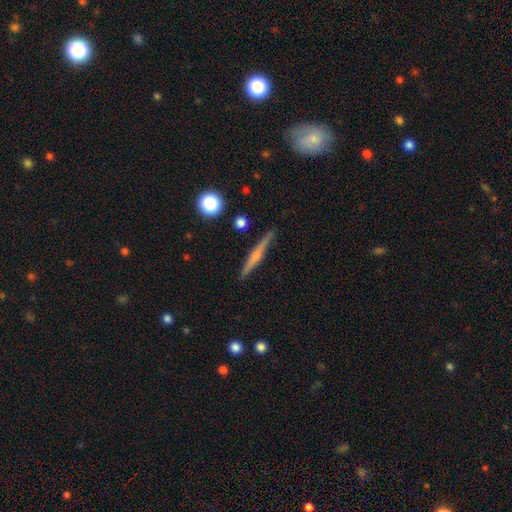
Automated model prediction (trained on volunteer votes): The model was most divided on "smooth or featured": featured or disk: 61%, smooth: 32%, star or artifact: 7%. More confident: edge-on disk — yes (98%); merging — none (90%); edge-on bulge — rounded (68%).